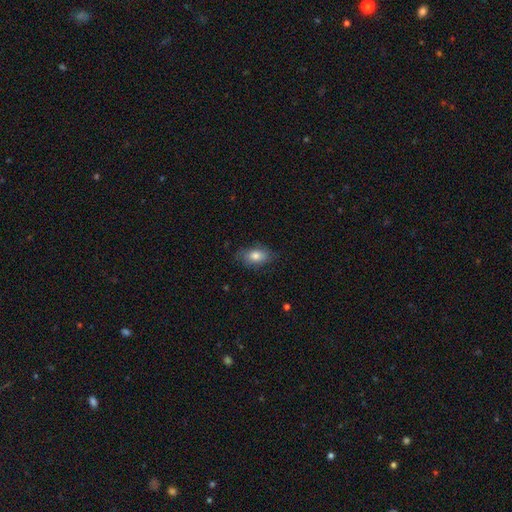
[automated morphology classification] smooth_or_featured: smooth (p=0.78) [alt: featured or disk p=0.14]
how_rounded: in between (p=0.88) [alt: round p=0.09]
merging: none (p=0.75) [alt: minor disturbance p=0.19]